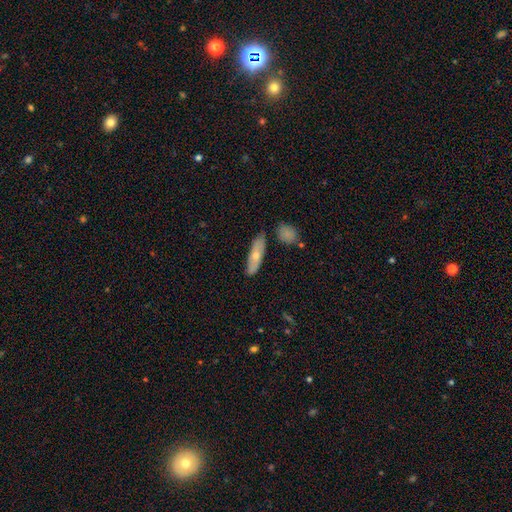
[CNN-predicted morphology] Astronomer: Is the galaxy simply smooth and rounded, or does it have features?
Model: smooth — 62%.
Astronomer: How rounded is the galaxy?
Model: cigar-shaped — 56% (runner-up: in between, 41%).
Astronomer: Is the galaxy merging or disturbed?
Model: none — 76%.